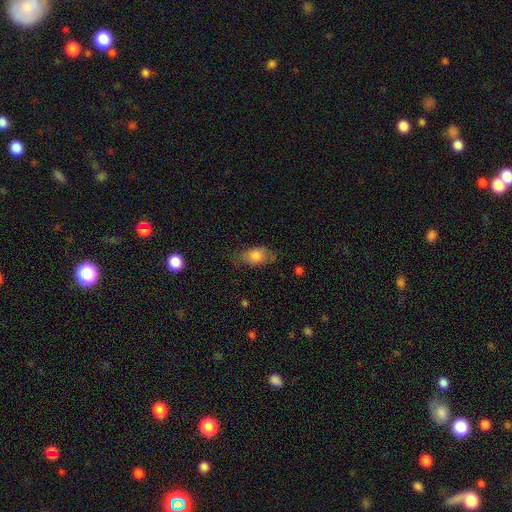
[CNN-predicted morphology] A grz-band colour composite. It shows a smooth galaxy with no disk features (77%) that is in between round and cigar-shaped (87%). Merging: none (67%).